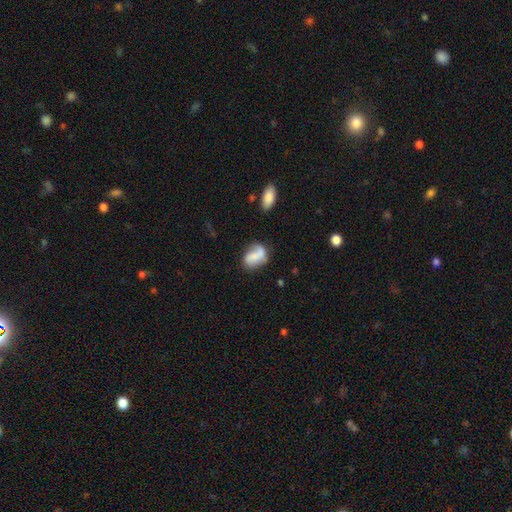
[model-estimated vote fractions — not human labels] smooth 56%, featured or disk 36%, star or artifact 8%. Down the decision tree: how rounded — in between (76%); merging — none (47%).